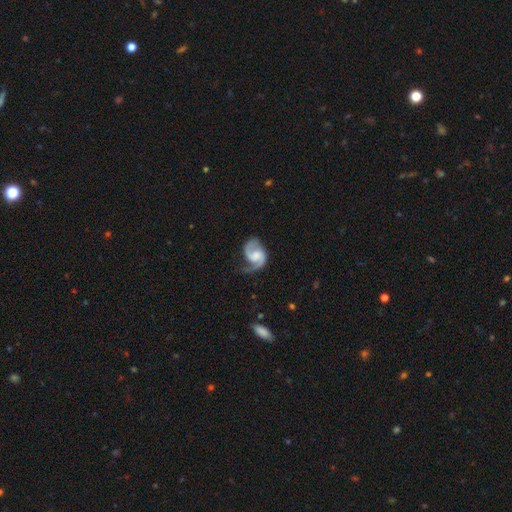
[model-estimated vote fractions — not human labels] This is clearly a featured or disk galaxy (86%). It is clearly not viewed edge-on (98%). Bar: possibly weak (46%). Spiral arm pattern: clearly yes (97%). Spiral arm count: clearly 2 (82%). Spiral winding: possibly medium (53%). Central bulge: marginally none (31%, tied with moderate). Merging: possibly none (58%).